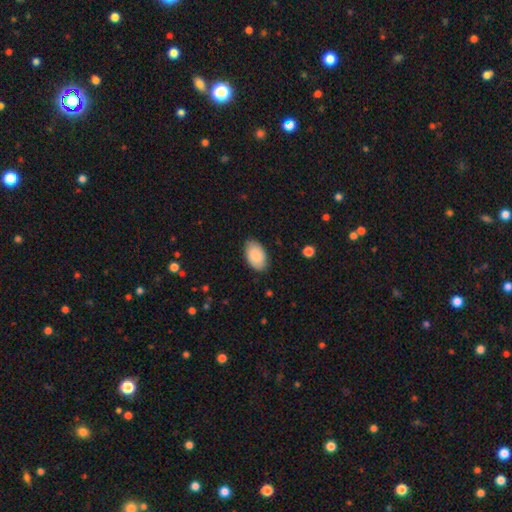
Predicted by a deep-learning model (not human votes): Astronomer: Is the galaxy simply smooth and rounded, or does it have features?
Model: smooth — 85%.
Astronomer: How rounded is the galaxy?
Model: in between — 94%.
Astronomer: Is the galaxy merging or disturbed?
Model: none — 85%.